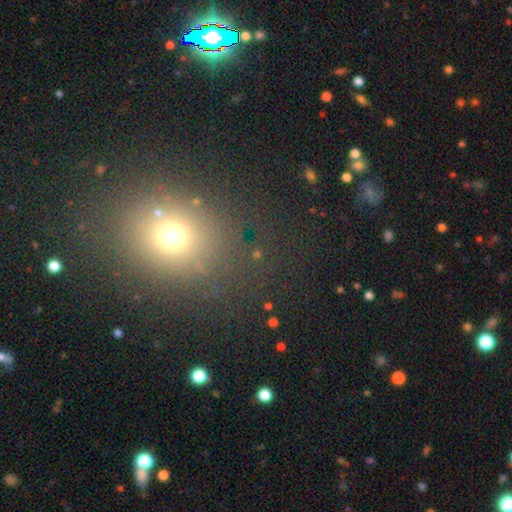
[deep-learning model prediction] Overall: smooth (59%; star or artifact 31%). How rounded: round (69%; in between 29%). Merging: none (81%).